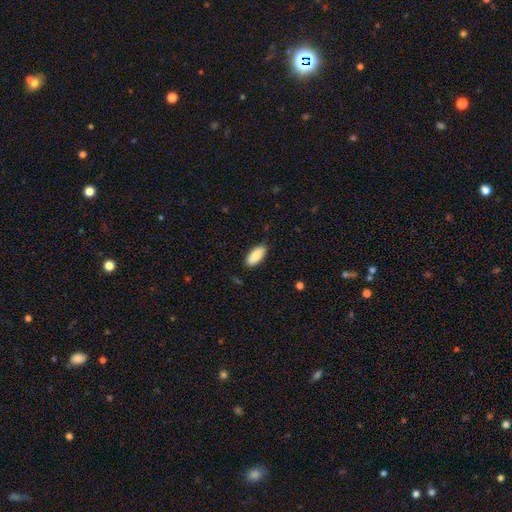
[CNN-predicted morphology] Smooth or featured: smooth — 83% (featured or disk — 11%)
How rounded: in between — 90% (cigar-shaped — 8%)
Merging: none — 87% (minor disturbance — 10%)